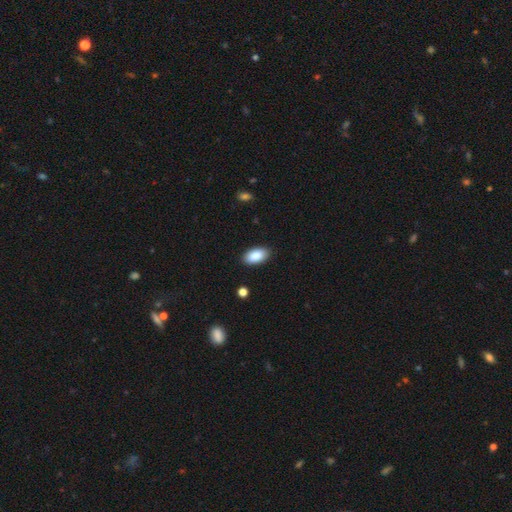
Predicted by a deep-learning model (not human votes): A smooth galaxy with no disk features (88%) that is in between round and cigar-shaped (94%).

Vote fractions:
- Smooth or featured? smooth: 88% / star or artifact: 7% / featured or disk: 5%
- How rounded? in between: 94% / round: 4% / cigar-shaped: 2%
- Merging? none: 89% / minor disturbance: 8% / major disturbance: 2% / merger: 1%